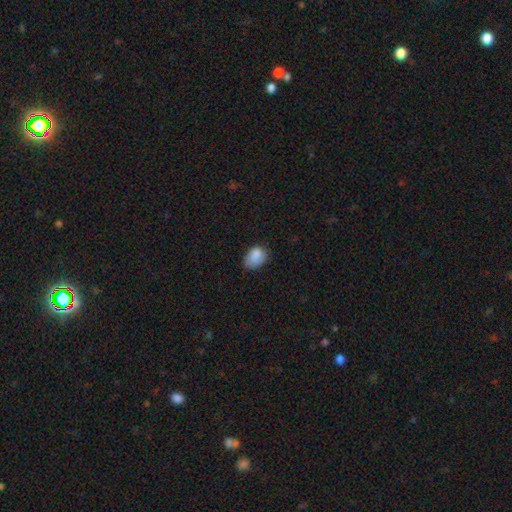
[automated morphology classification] type=smooth (85%); roundness=in between (76%); merging=none (52%).